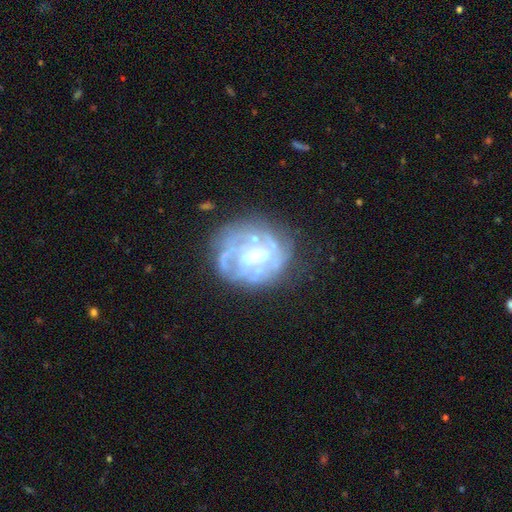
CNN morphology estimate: This appears to be a featured or disk galaxy (78%) with no bar (51%), tight (54%) spiral arms (68%) and a moderate central bulge (54%). Merging: none (61%).